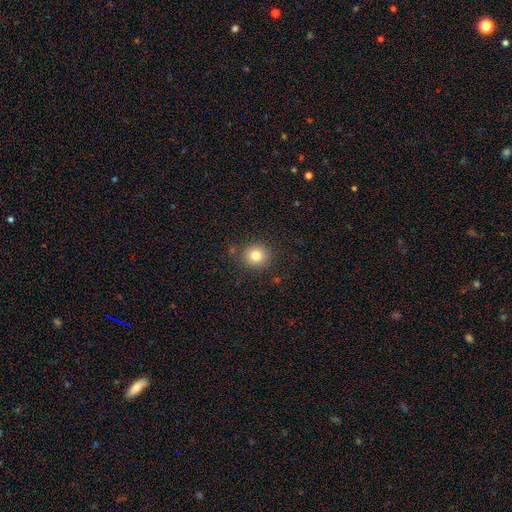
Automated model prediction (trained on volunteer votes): smooth-or-featured: smooth: 81% | star or artifact: 11% | featured or disk: 7%
  how-rounded: round: 87% | in between: 13% | cigar-shaped: 1%
  merging: none: 86% | minor disturbance: 9% | major disturbance: 3% | merger: 2%